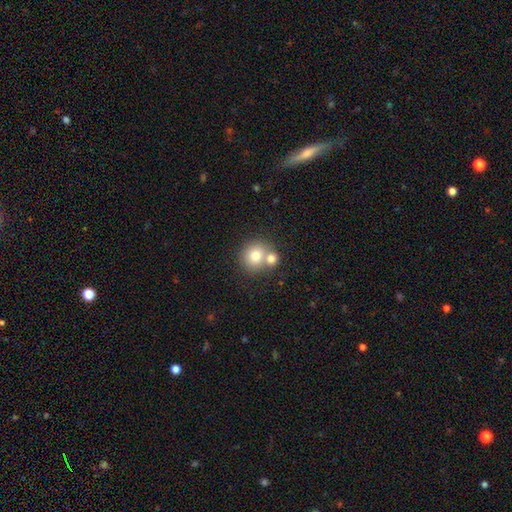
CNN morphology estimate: A smooth galaxy with no disk features (76%) that is round (86%). Merging: none (47%).